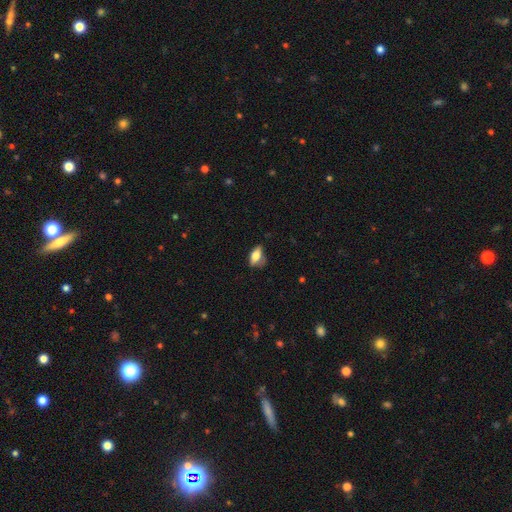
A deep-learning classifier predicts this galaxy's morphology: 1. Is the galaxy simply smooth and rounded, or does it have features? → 67% smooth, 25% featured or disk, 8% star or artifact.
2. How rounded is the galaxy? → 82% in between, 12% cigar-shaped, 6% round.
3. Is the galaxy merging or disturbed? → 44% none, 35% minor disturbance, 17% major disturbance, 5% merger.